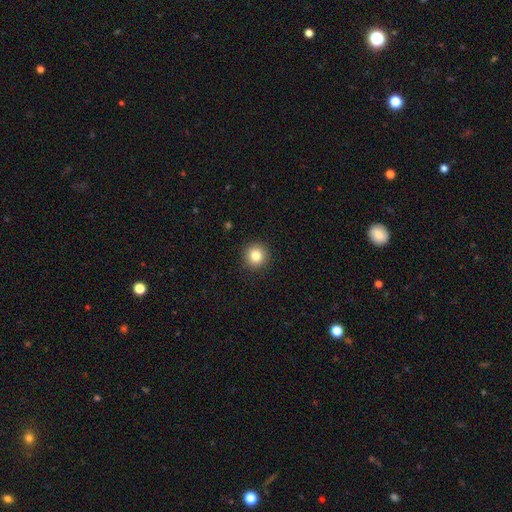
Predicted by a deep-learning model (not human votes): Q: Smooth or featured?
A: smooth (84%); runner-up: star or artifact (11%)
Q: How rounded?
A: round (94%); runner-up: in between (5%)
Q: Merging?
A: none (92%); runner-up: minor disturbance (5%)